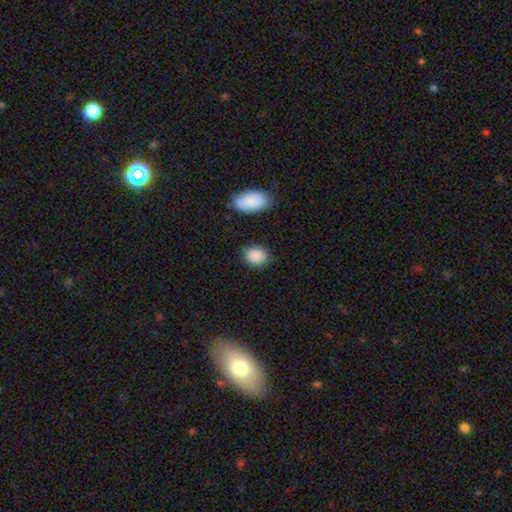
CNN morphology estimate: Smooth or featured? smooth (90%)
How rounded? in between (61%)
Merging? none (81%)